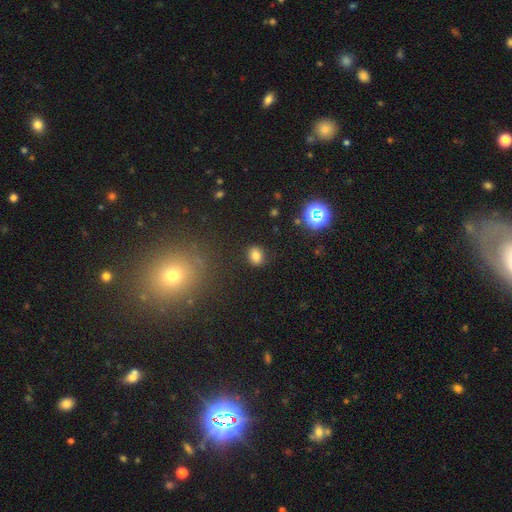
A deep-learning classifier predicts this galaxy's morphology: A smooth galaxy with no disk features (78%) that is round (50%). Merging: none (85%).